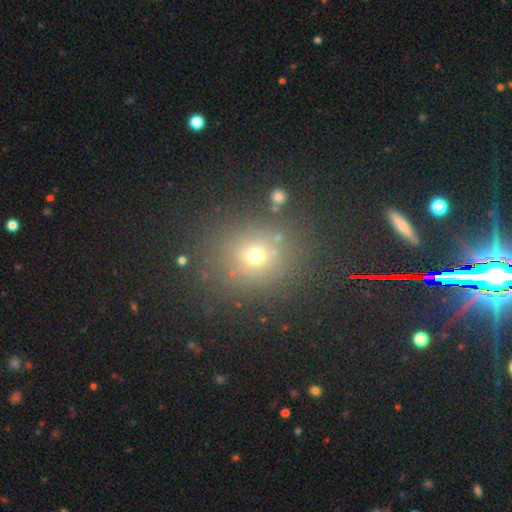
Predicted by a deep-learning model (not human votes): Q: Smooth or featured?
A: smooth (65%); runner-up: star or artifact (25%)
Q: How rounded?
A: round (80%); runner-up: in between (19%)
Q: Merging?
A: none (80%); runner-up: minor disturbance (10%)